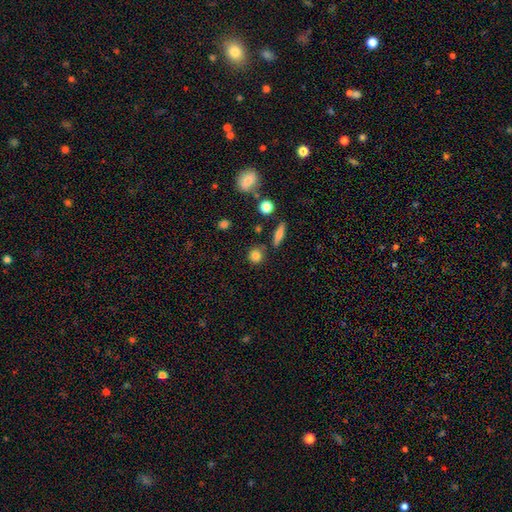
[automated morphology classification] This is clearly a smooth galaxy (81%). How rounded: clearly round (87%). Merging: clearly none (80%).